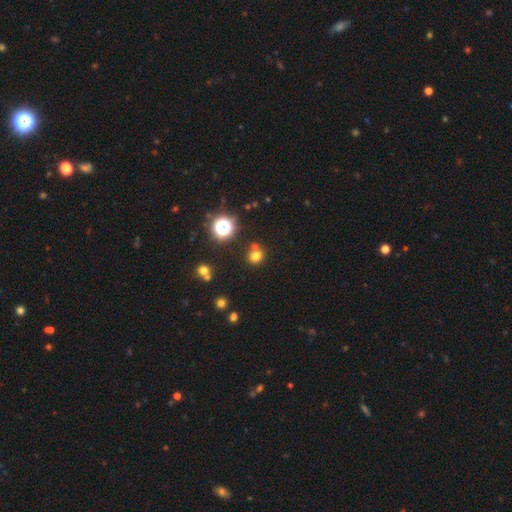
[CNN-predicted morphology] A smooth galaxy with no disk features (72%) that is round (80%). Merging: none (68%).